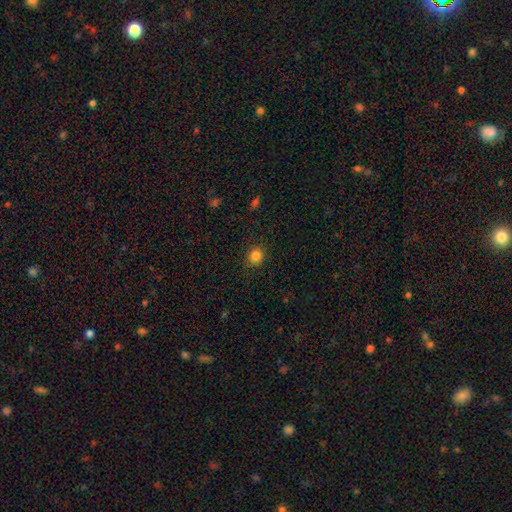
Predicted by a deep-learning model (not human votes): Smooth or featured? smooth (84%)
How rounded? round (82%)
Merging? none (89%)